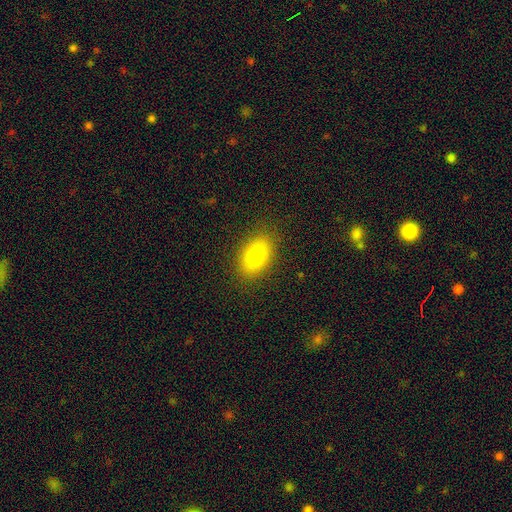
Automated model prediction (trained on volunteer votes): The model was most divided on "smooth or featured": smooth: 82%, featured or disk: 10%, star or artifact: 8%. More confident: how rounded — in between (90%); merging — none (87%).